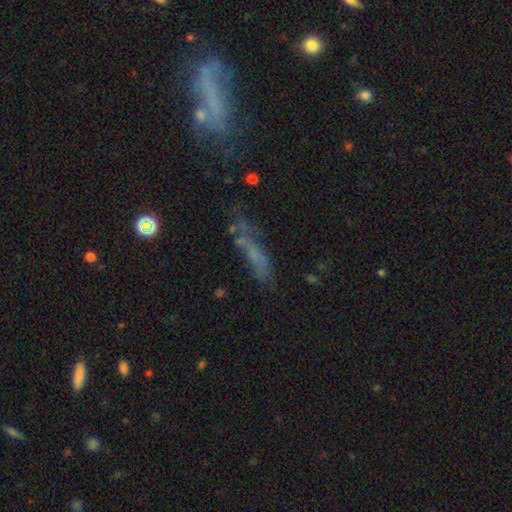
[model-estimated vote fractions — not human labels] This is possibly a smooth galaxy (48%). Merging: possibly none (49%).